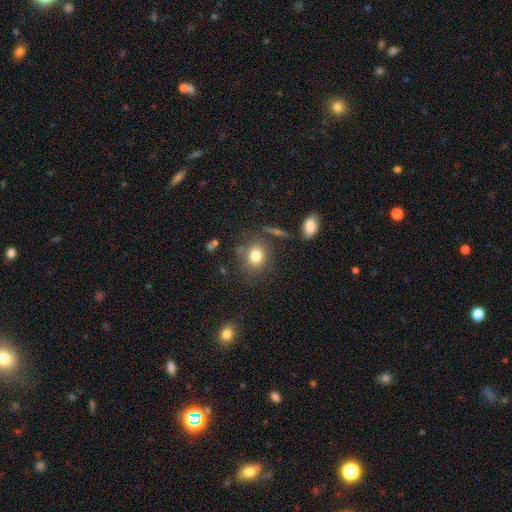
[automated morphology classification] This appears to be a smooth galaxy with no disk features (79%) that is round (60%). Merging: none (74%).